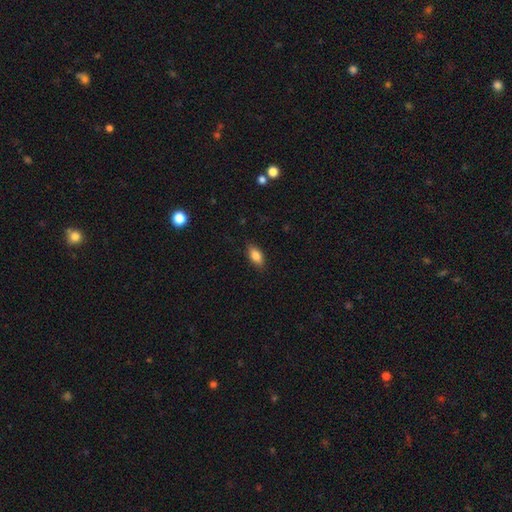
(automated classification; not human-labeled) Smooth or featured? Predicted: smooth (p=0.83). How rounded? Predicted: in between (p=0.87). Merging? Predicted: none (p=0.86).